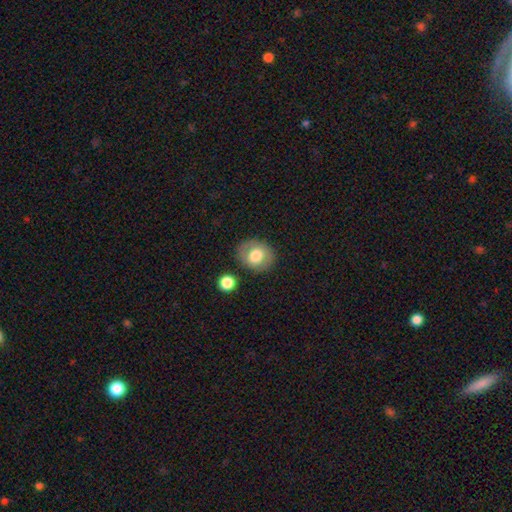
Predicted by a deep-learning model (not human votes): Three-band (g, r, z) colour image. It shows a smooth galaxy with no disk features (70%) that is round (59%). Merging: none (81%).